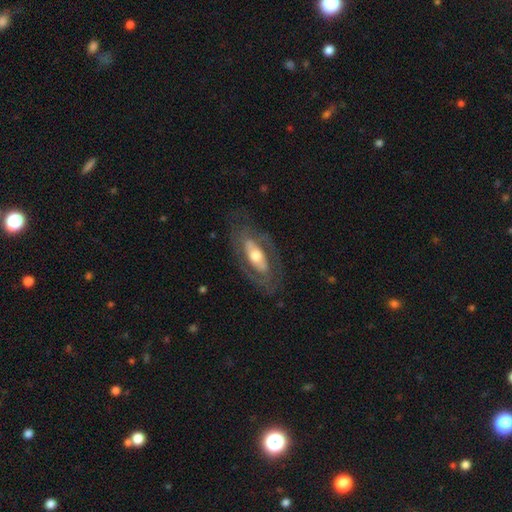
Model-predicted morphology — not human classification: Smooth or featured? featured or disk (66%)
Edge-on disk? no (84%)
Bar? no (53%)
Spiral arms? yes (52%)
Bulge size? moderate (62%)
Merging? none (72%)